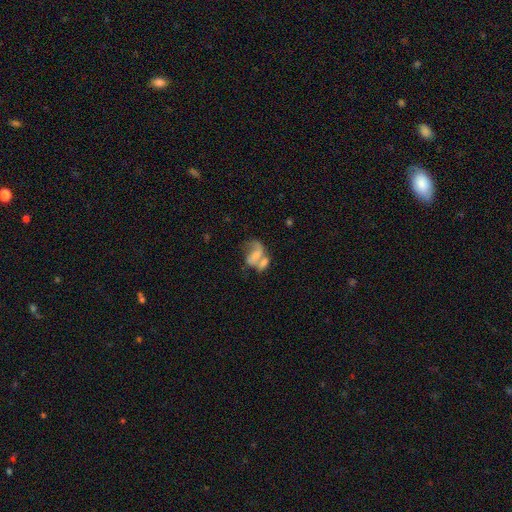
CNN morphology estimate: The model was most divided on "smooth or featured": featured or disk: 50%, smooth: 40%, star or artifact: 10%. More confident: edge-on disk — no (96%); merging — merger (52%).